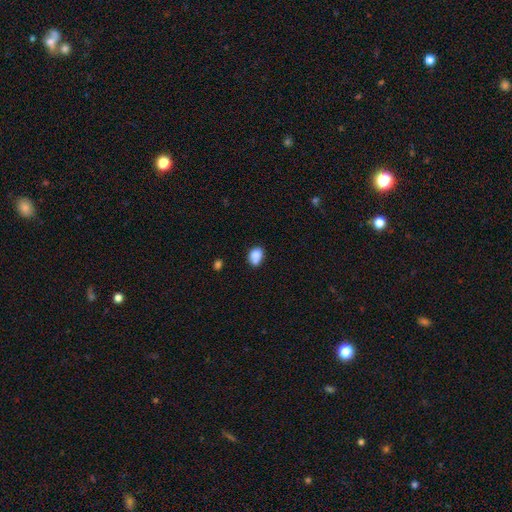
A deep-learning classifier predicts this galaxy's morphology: Smooth or featured?
  - smooth: 83% *
  - star or artifact: 10%
  - featured or disk: 7%
How rounded?
  - in between: 65% *
  - round: 34%
  - cigar-shaped: 1%
Merging?
  - none: 53% *
  - minor disturbance: 25%
  - merger: 16%
  - major disturbance: 6%